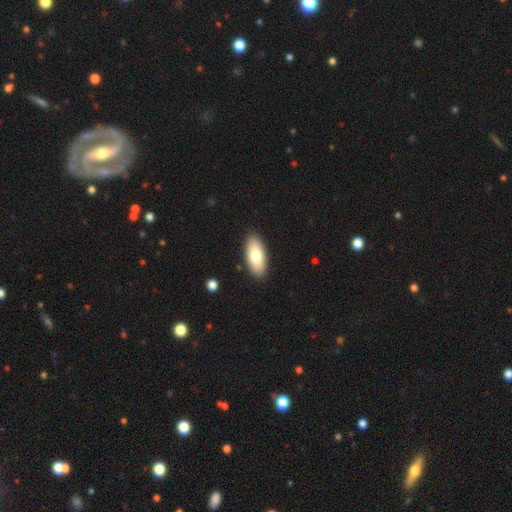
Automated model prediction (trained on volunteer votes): Smooth or featured: smooth — 76% (featured or disk — 18%)
How rounded: in between — 86% (cigar-shaped — 11%)
Merging: none — 89% (minor disturbance — 8%)